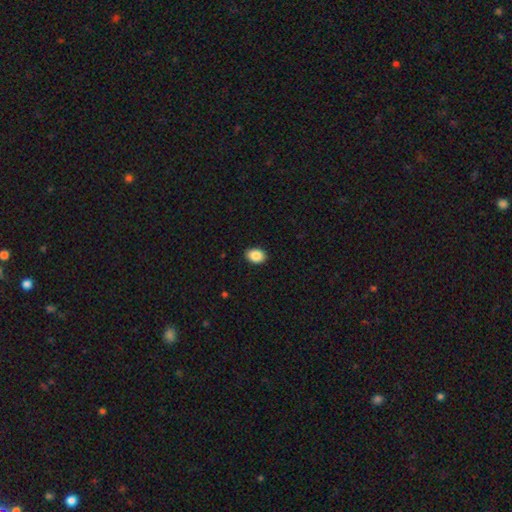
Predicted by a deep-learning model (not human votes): Q: Smooth or featured?
A: smooth (89%); runner-up: star or artifact (8%)
Q: How rounded?
A: in between (75%); runner-up: round (24%)
Q: Merging?
A: none (91%); runner-up: minor disturbance (7%)